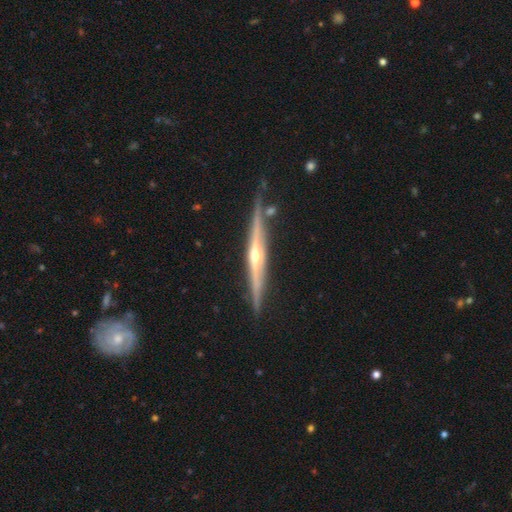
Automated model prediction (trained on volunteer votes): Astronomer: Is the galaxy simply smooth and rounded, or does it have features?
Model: featured or disk — 83%.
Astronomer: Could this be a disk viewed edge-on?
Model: yes — 97%.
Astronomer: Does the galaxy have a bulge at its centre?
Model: rounded — 81%.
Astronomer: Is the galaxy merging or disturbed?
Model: none — 83%.